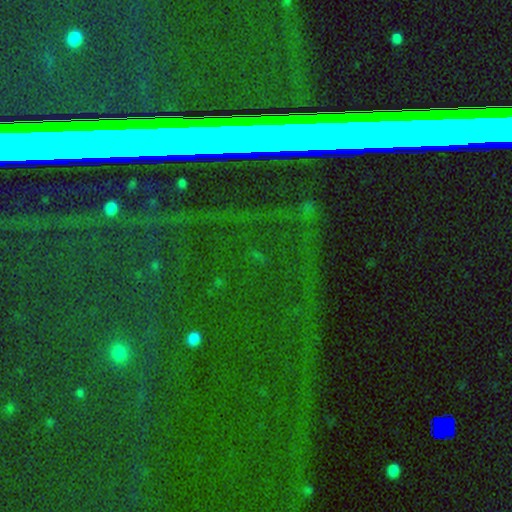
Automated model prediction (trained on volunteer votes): A star or artifact, not a galaxy (80%).